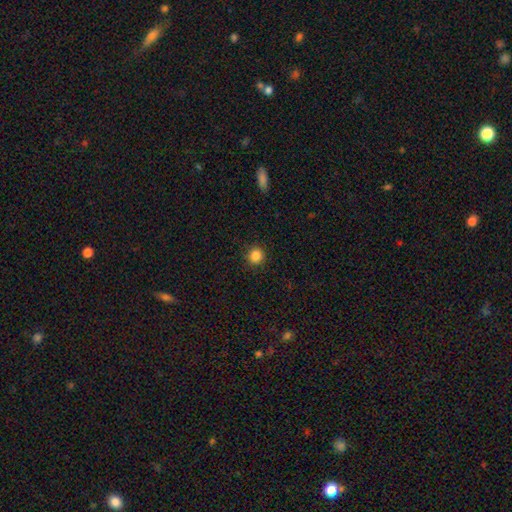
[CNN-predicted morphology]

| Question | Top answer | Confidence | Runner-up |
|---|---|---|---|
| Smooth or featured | smooth | 86% | star or artifact (11%) |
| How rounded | round | 92% | in between (7%) |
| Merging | none | 91% | minor disturbance (6%) |